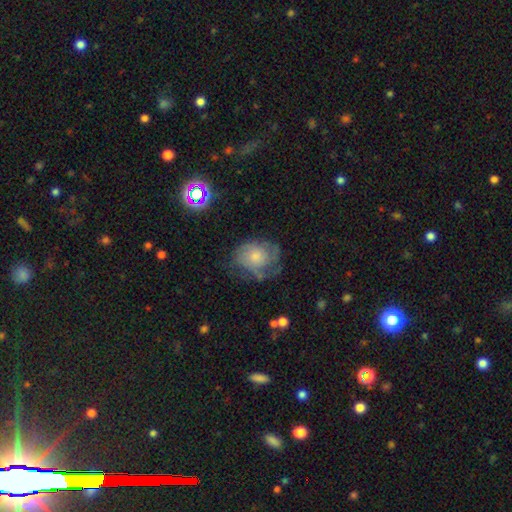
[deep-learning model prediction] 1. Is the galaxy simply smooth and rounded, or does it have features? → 53% featured or disk, 35% smooth, 12% star or artifact.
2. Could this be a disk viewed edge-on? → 97% no, 3% yes.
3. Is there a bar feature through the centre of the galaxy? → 84% no, 14% weak, 2% strong.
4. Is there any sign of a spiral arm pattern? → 74% yes, 26% no.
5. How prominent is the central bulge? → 46% small, 40% moderate, 7% large, 6% none, 2% dominant.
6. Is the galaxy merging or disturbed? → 55% none, 25% minor disturbance, 17% major disturbance, 2% merger.